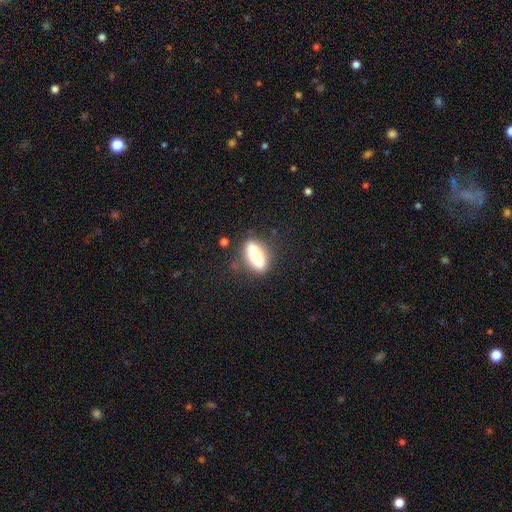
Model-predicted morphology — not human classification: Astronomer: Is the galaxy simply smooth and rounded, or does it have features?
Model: smooth — 72%.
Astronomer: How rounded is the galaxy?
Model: in between — 62%.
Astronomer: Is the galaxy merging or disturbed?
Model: none — 82%.